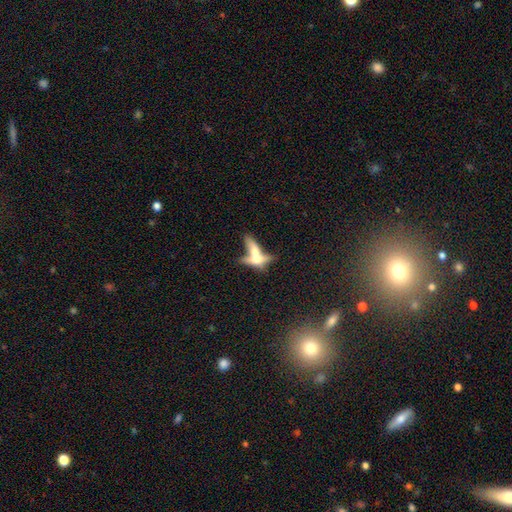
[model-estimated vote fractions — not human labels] Smooth or featured? smooth (52%)
How rounded? cigar-shaped (51%)
Merging? merger (62%)